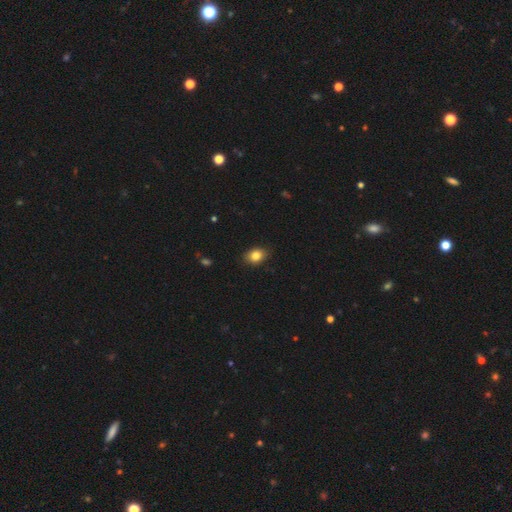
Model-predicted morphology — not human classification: Overall: smooth (84%). How rounded: in between (65%; round 33%). Merging: none (85%).